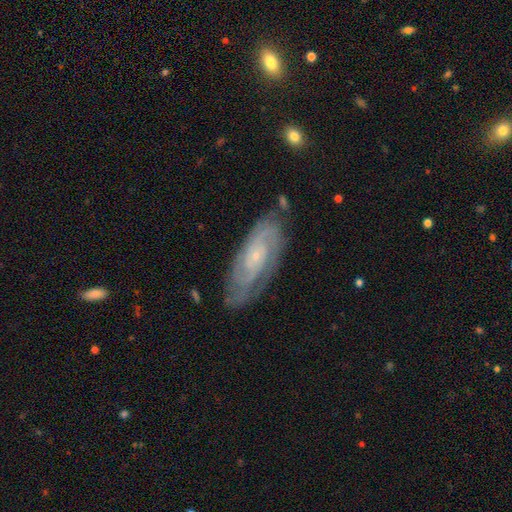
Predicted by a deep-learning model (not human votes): A featured or disk galaxy (81%) with no bar (69%), 2 (39%) tight (66%) spiral arms (94%) and a small central bulge (81%).

Vote fractions:
- Smooth or featured? featured or disk: 81% / smooth: 13% / star or artifact: 6%
- Edge-on disk? no: 92% / yes: 8%
- Bar? no: 69% / weak: 25% / strong: 6%
- Spiral arms? yes: 94% / no: 6%
- Spiral winding? tight: 66% / medium: 28% / loose: 7%
- Spiral arm count? 2: 39% / can't tell: 33% / 3: 14% / 4: 6% / 1: 4% / more than 4: 4%
- Bulge size? small: 81% / moderate: 13% / none: 4% / large: 1% / dominant: 1%
- Merging? none: 74% / minor disturbance: 19% / major disturbance: 6% / merger: 2%